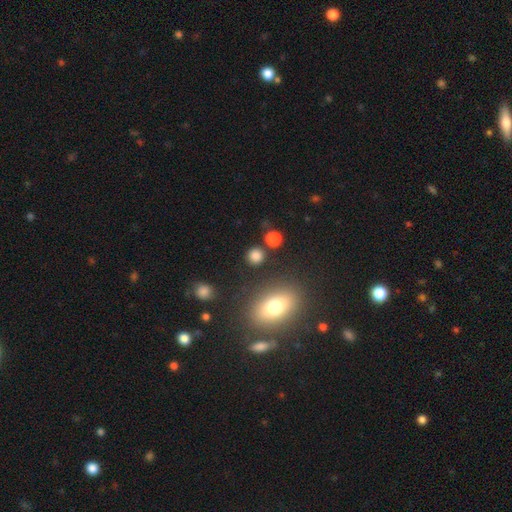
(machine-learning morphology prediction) A smooth galaxy with no disk features (82%) that is round (88%). Merging: none (85%).